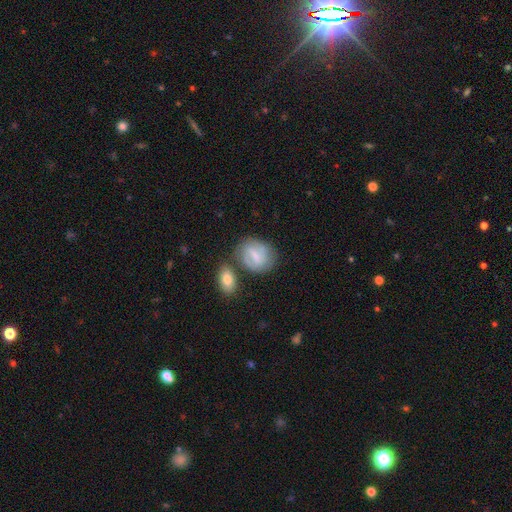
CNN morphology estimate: The model was most divided on "smooth or featured": smooth: 52%, featured or disk: 40%, star or artifact: 7%. More confident: merging — none (61%); how rounded — in between (57%).